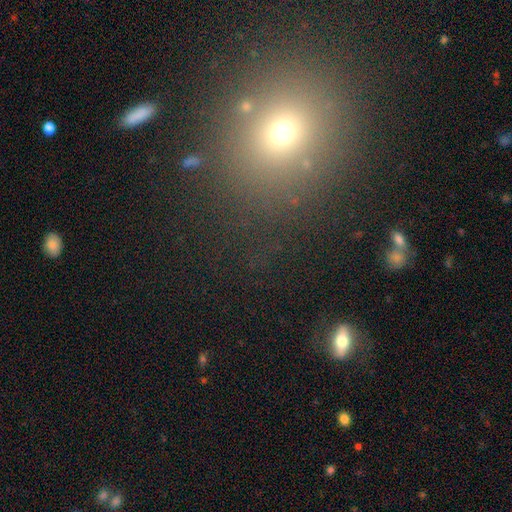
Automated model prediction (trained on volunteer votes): Smooth or featured? smooth (55%)
How rounded? round (77%)
Merging? none (83%)